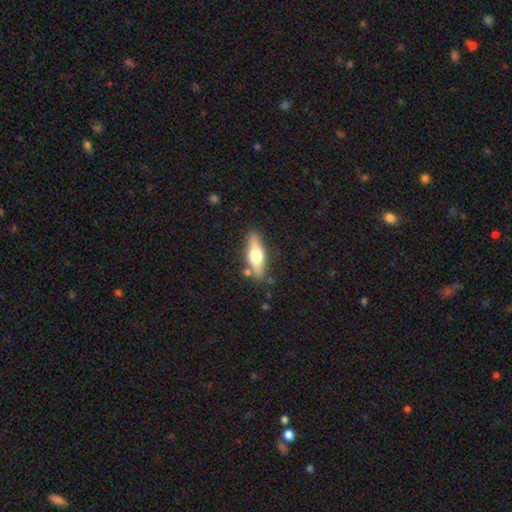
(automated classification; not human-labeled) smooth 49%, featured or disk 46%, star or artifact 6%. Down the decision tree: merging — none (81%).